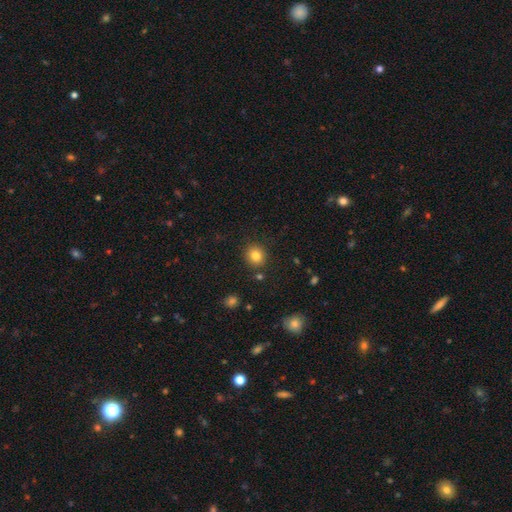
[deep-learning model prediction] The model was most divided on "smooth or featured": smooth: 82%, star or artifact: 11%, featured or disk: 6%. More confident: merging — none (87%); how rounded — round (85%).